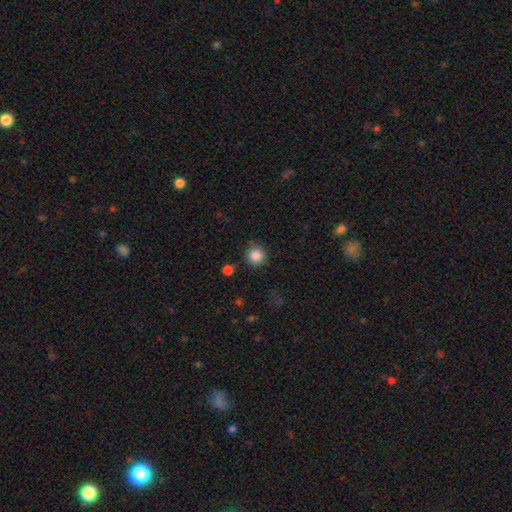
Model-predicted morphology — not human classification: A smooth galaxy with no disk features (86%) that is round (95%). Merging: none (86%).